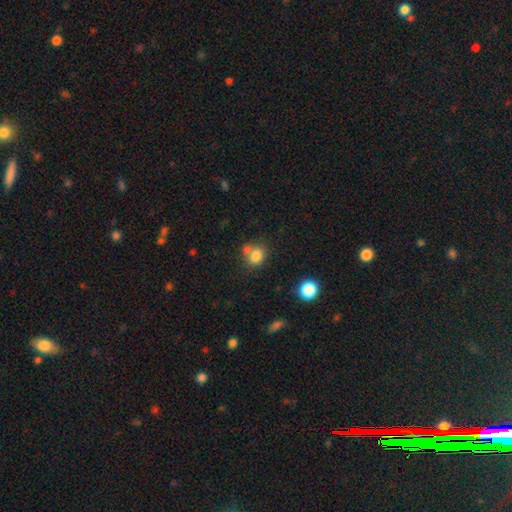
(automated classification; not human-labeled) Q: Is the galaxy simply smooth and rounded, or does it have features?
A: smooth — 80%.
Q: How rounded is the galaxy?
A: round — 66%.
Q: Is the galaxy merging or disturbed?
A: none — 52%.